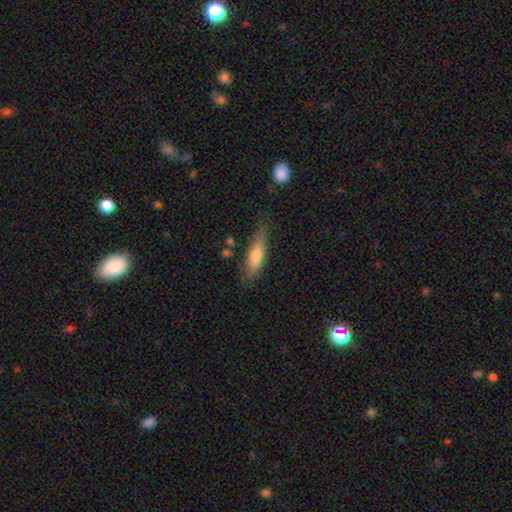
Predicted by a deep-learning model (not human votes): smooth 65%, featured or disk 29%, star or artifact 6%. Down the decision tree: how rounded — cigar-shaped (62%); merging — none (72%).